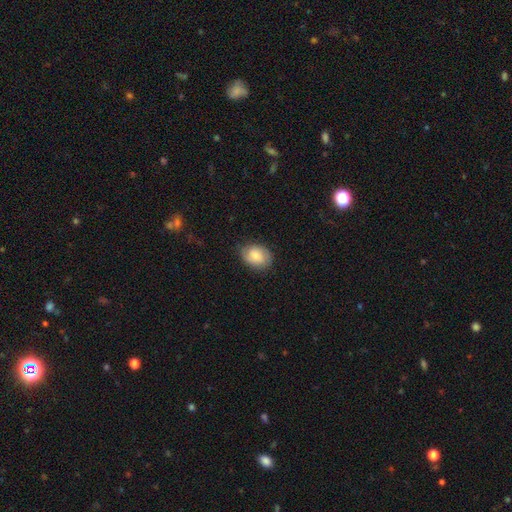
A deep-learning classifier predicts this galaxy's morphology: smooth-or-featured: smooth: 70% | featured or disk: 23% | star or artifact: 7%
  how-rounded: in between: 71% | round: 28% | cigar-shaped: 1%
  merging: none: 78% | minor disturbance: 17% | major disturbance: 4% | merger: 1%